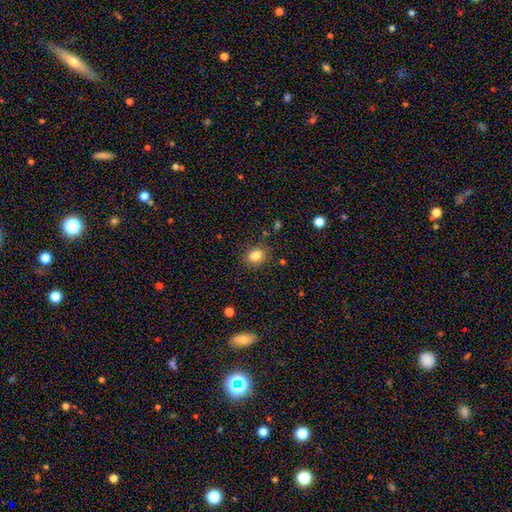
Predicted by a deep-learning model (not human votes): Smooth or featured?
  - smooth: 83% *
  - star or artifact: 11%
  - featured or disk: 6%
How rounded?
  - in between: 55% *
  - round: 44%
  - cigar-shaped: 1%
Merging?
  - none: 83% *
  - minor disturbance: 11%
  - major disturbance: 3%
  - merger: 2%